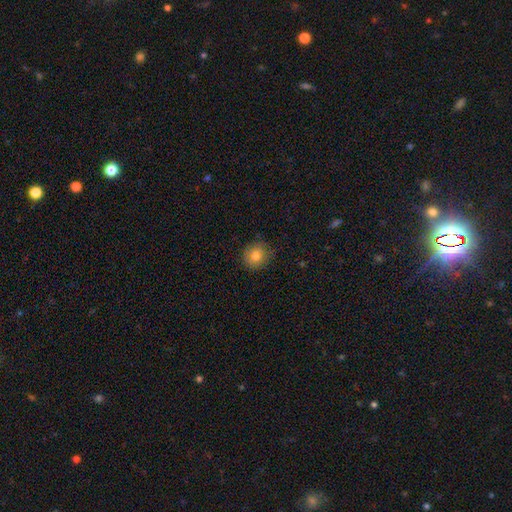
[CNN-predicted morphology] smooth-or-featured: smooth: 81% | star or artifact: 11% | featured or disk: 8%
  how-rounded: round: 88% | in between: 12% | cigar-shaped: 1%
  merging: none: 86% | minor disturbance: 10% | major disturbance: 2% | merger: 1%